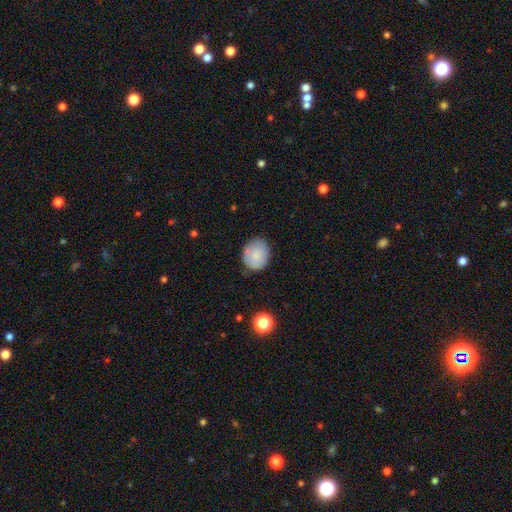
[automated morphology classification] Smooth or featured? Predicted: smooth (p=0.80). How rounded? Predicted: round (p=0.74). Merging? Predicted: none (p=0.79).